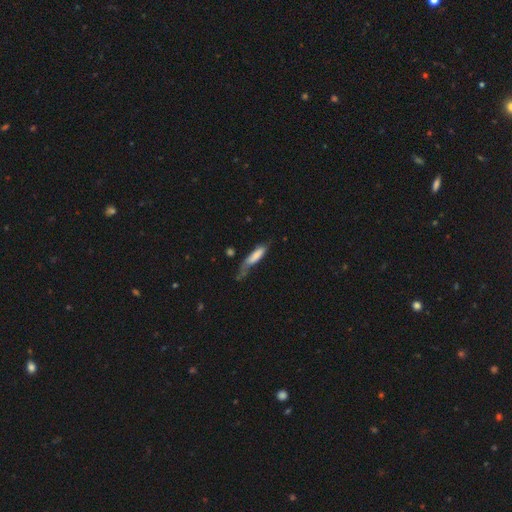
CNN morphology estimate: Smooth or featured? smooth (72%)
How rounded? cigar-shaped (74%)
Merging? minor disturbance (35%)